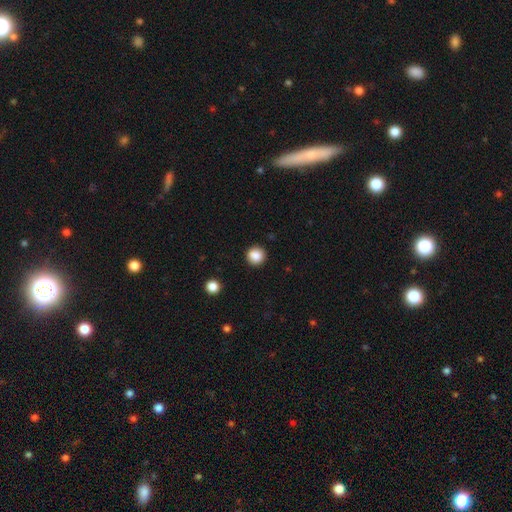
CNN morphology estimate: Overall: smooth (87%). How rounded: round (94%). Merging: none (92%).